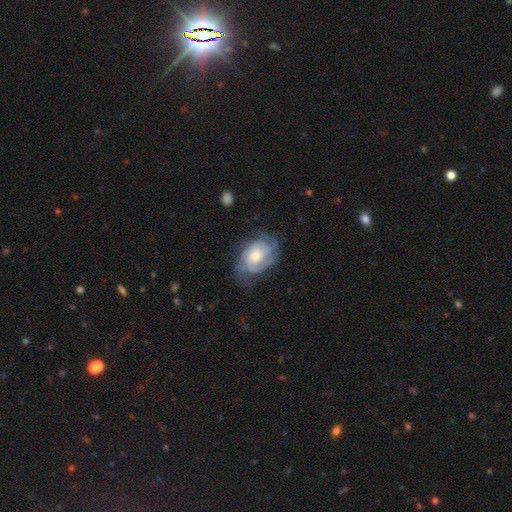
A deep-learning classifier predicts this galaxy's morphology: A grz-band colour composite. It shows a featured or disk galaxy (68%) with no bar (71%), tight (51%) spiral arms (86%) and a moderate central bulge (52%). Merging: none (55%).